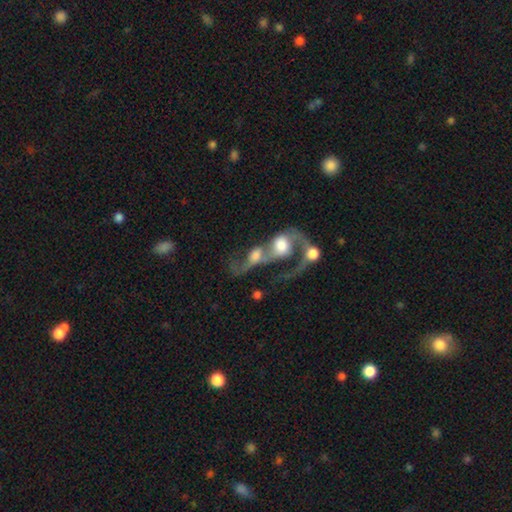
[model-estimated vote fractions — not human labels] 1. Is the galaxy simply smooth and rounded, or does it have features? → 56% featured or disk, 34% smooth, 10% star or artifact.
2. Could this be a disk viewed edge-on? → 91% no, 9% yes.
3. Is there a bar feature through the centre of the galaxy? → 73% no, 20% weak, 6% strong.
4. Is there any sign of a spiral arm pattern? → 63% yes, 37% no.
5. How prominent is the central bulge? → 39% large, 36% moderate, 9% small, 8% none, 8% dominant.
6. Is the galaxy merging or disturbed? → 82% merger, 9% major disturbance, 6% none, 3% minor disturbance.